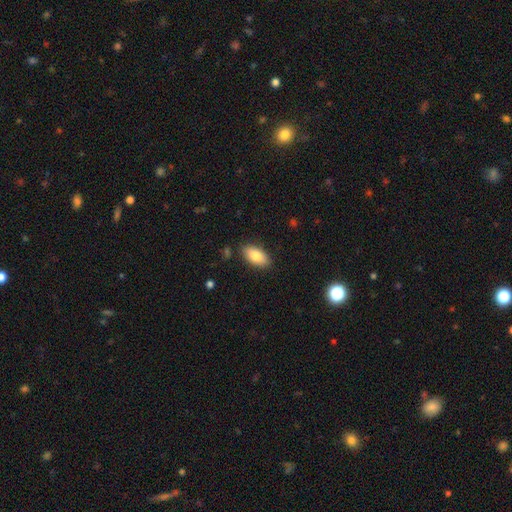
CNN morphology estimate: smooth_or_featured: smooth (p=0.83) [alt: featured or disk p=0.10]
how_rounded: in between (p=0.92) [alt: cigar-shaped p=0.05]
merging: none (p=0.86) [alt: minor disturbance p=0.10]